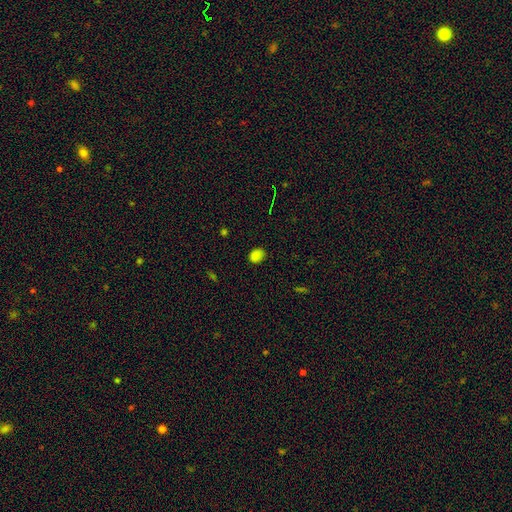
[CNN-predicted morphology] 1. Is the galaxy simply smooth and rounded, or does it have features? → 80% smooth, 16% star or artifact, 4% featured or disk.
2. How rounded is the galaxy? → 53% in between, 46% round, 1% cigar-shaped.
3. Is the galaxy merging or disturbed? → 80% none, 16% minor disturbance, 3% major disturbance, 1% merger.